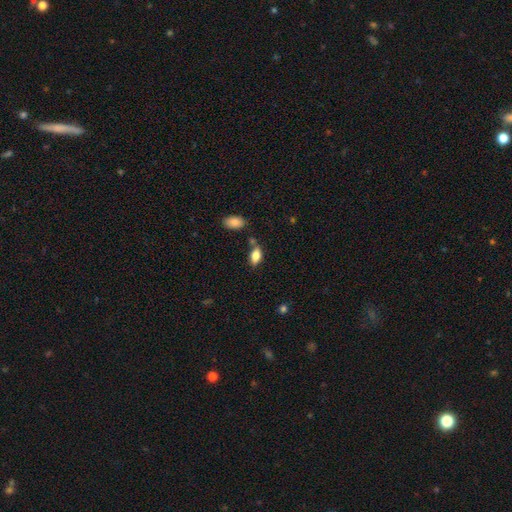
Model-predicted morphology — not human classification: type=smooth (77%); roundness=in between (87%); merging=none (68%).